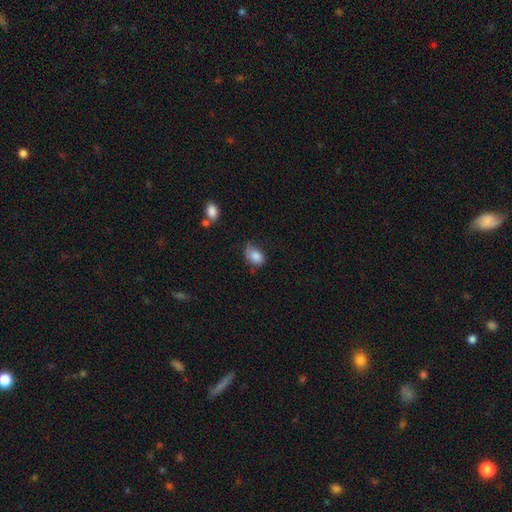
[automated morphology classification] Smooth or featured? smooth (82%)
How rounded? in between (72%)
Merging? none (42%)